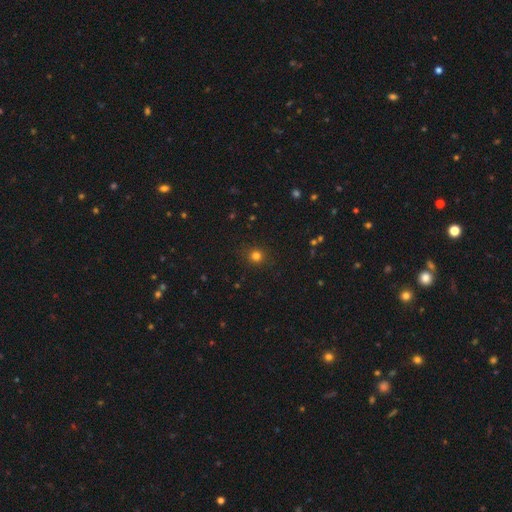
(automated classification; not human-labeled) A smooth galaxy with no disk features (79%) that is round (89%).

Vote fractions:
- Smooth or featured? smooth: 79% / star or artifact: 17% / featured or disk: 5%
- How rounded? round: 89% / in between: 10% / cigar-shaped: 1%
- Merging? none: 89% / minor disturbance: 7% / major disturbance: 3% / merger: 1%